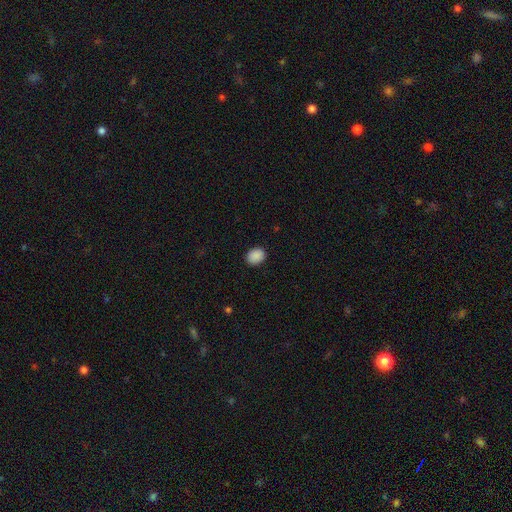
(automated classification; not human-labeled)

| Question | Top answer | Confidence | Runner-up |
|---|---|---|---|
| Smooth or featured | smooth | 90% | star or artifact (8%) |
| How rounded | in between | 58% | round (41%) |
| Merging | none | 89% | minor disturbance (8%) |